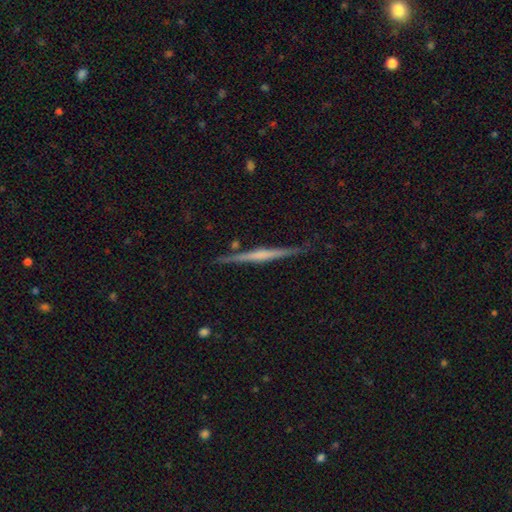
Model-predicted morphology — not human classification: A featured or disk galaxy (71%) viewed edge-on (98%) with no central bulge (47%). Merging: none (86%).